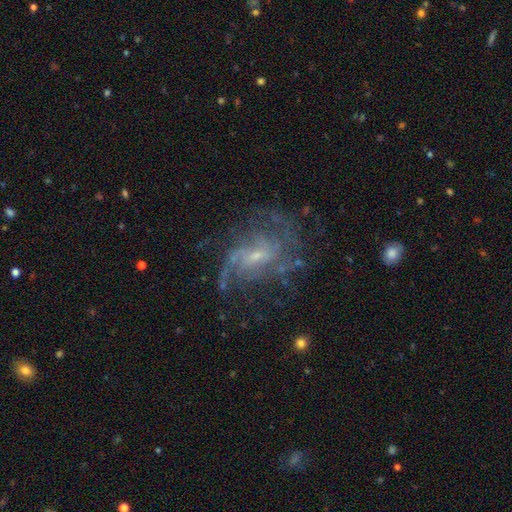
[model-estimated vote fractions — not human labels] smooth_or_featured: featured or disk (p=0.80) [alt: star or artifact p=0.11]
disk_edge_on: no (p=0.97) [alt: yes p=0.03]
bar: no (p=0.48) [alt: weak p=0.44]
has_spiral_arms: yes (p=0.88) [alt: no p=0.12]
spiral_winding: medium (p=0.41) [alt: loose p=0.35]
spiral_arm_count: can't tell (p=0.35) [alt: 2 p=0.22]
bulge_size: small (p=0.71) [alt: moderate p=0.19]
merging: none (p=0.58) [alt: major disturbance p=0.21]